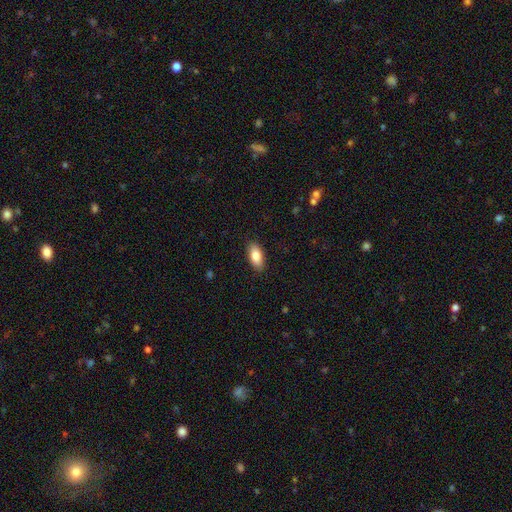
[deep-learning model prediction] Overall: smooth (86%). How rounded: in between (89%). Merging: none (88%).